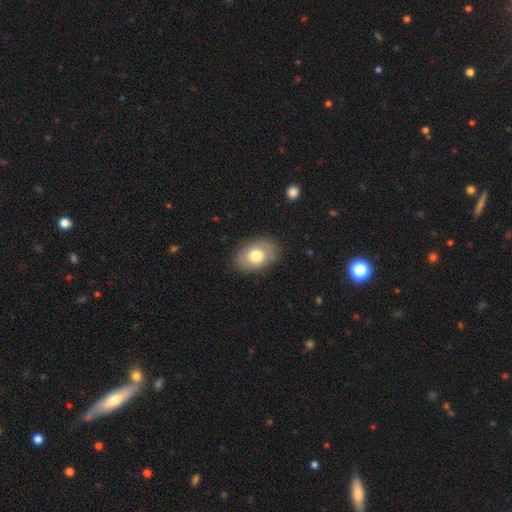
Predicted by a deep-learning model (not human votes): smooth_or_featured: smooth (p=0.72) [alt: featured or disk p=0.21]
how_rounded: in between (p=0.84) [alt: round p=0.15]
merging: none (p=0.85) [alt: minor disturbance p=0.11]